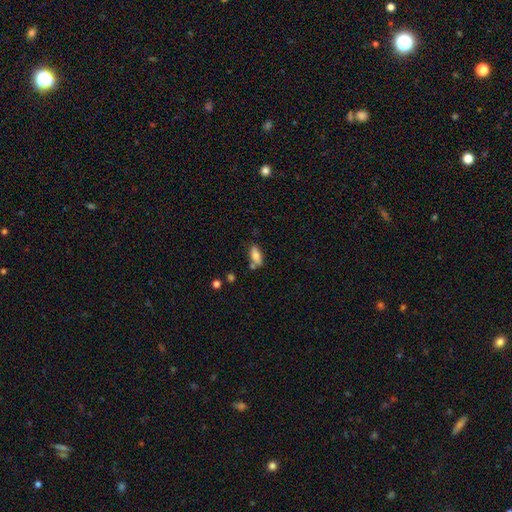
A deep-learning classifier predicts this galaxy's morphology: Overall: smooth (75%). How rounded: in between (77%). Merging: none (62%).